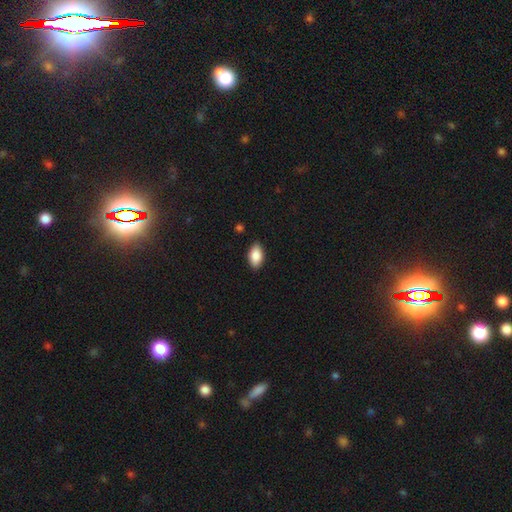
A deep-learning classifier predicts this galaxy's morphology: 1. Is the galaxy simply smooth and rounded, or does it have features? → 87% smooth, 7% star or artifact, 6% featured or disk.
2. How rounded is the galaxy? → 93% in between, 4% round, 3% cigar-shaped.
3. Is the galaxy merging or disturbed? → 86% none, 11% minor disturbance, 2% major disturbance, 1% merger.